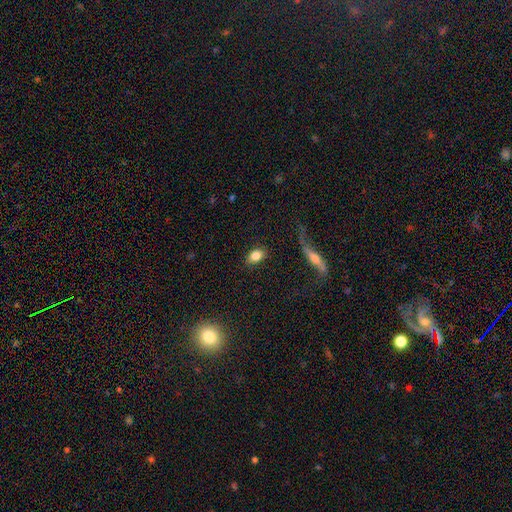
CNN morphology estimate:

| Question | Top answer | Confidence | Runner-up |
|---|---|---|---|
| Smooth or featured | smooth | 82% | featured or disk (10%) |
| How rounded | in between | 79% | round (18%) |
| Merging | none | 84% | minor disturbance (10%) |